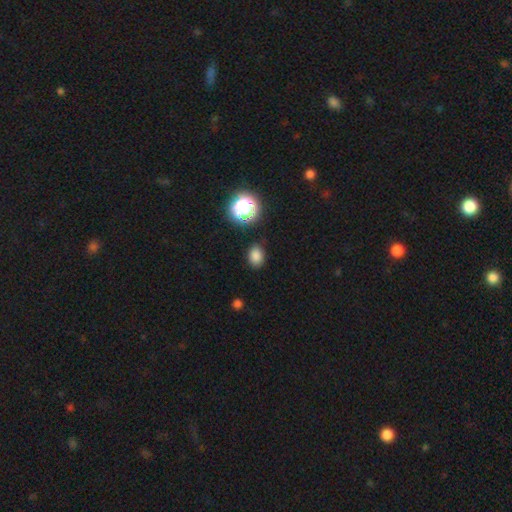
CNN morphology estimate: Overall: smooth (79%). How rounded: in between (62%; round 37%). Merging: none (85%).